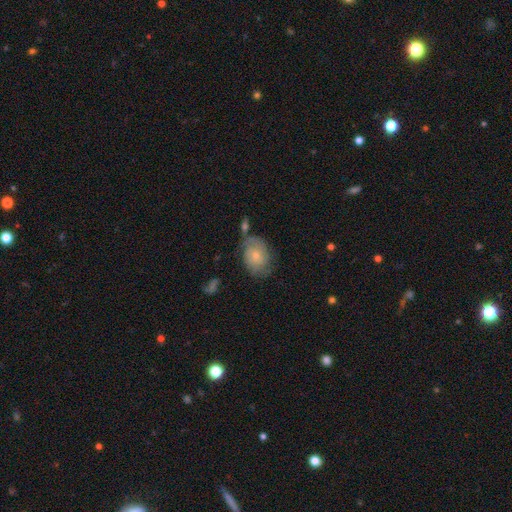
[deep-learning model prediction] Smooth or featured? Predicted: smooth (p=0.57). How rounded? Predicted: in between (p=0.68). Merging? Predicted: none (p=0.55).